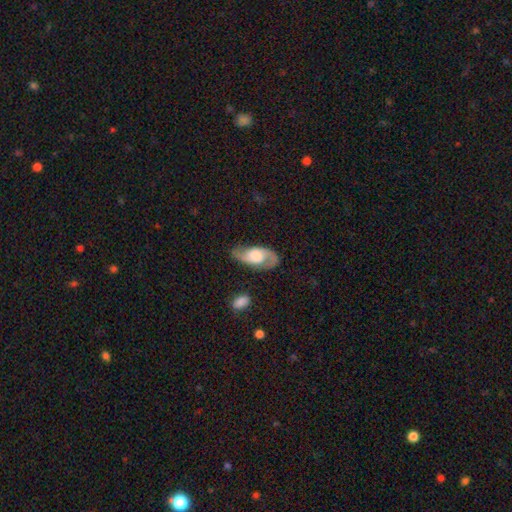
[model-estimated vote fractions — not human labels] The model was most divided on "spiral winding": medium: 48%, loose: 35%, tight: 17%. Remaining: edge-on disk — no (93%); spiral arms — yes (92%); spiral arm count — 2 (89%); smooth or featured — featured or disk (76%); merging — none (74%); bar — no (59%); bulge size — large (49%).